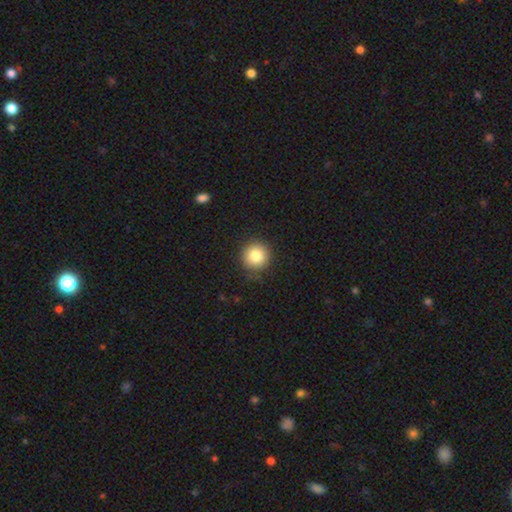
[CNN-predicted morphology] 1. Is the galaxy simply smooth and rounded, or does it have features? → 82% smooth, 10% star or artifact, 8% featured or disk.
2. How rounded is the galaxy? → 94% round, 5% in between, 1% cigar-shaped.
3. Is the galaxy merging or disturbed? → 87% none, 9% minor disturbance, 2% major disturbance, 1% merger.